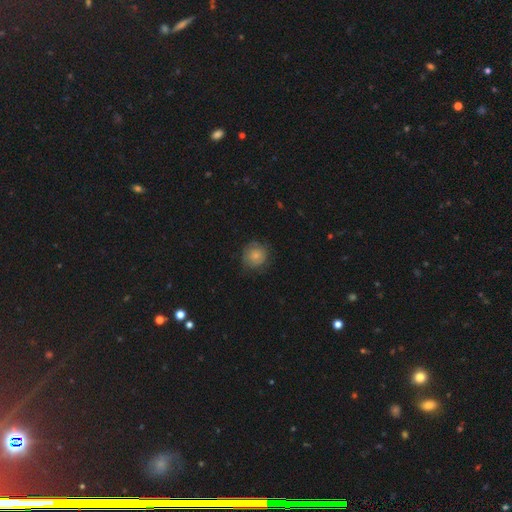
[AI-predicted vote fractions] A smooth galaxy with no disk features (73%) that is round (90%).

Vote fractions:
- Smooth or featured? smooth: 73% / featured or disk: 19% / star or artifact: 8%
- How rounded? round: 90% / in between: 9% / cigar-shaped: 1%
- Merging? none: 73% / minor disturbance: 19% / major disturbance: 7% / merger: 1%